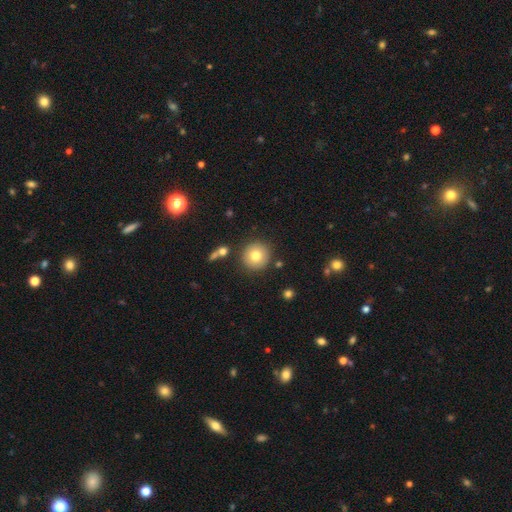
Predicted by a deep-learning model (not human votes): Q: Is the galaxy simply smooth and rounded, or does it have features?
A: smooth — 78%.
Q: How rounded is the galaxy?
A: round — 94%.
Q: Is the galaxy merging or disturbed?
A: none — 86%.